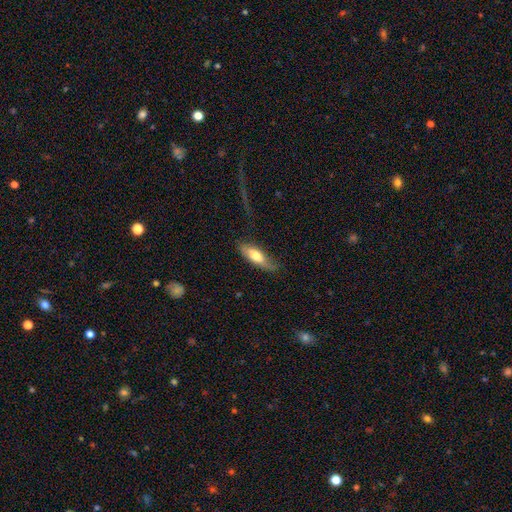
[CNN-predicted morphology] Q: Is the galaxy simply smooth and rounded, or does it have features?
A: smooth — 64%.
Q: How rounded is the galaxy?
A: in between — 60%.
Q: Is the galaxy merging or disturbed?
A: none — 62%.